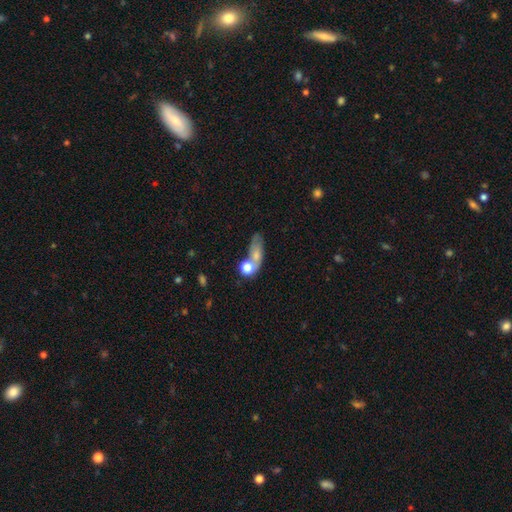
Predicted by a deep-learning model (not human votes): smooth-or-featured: smooth: 62% | featured or disk: 26% | star or artifact: 13%
  how-rounded: in between: 55% | round: 23% | cigar-shaped: 22%
  merging: none: 37% | merger: 31% | minor disturbance: 18% | major disturbance: 15%